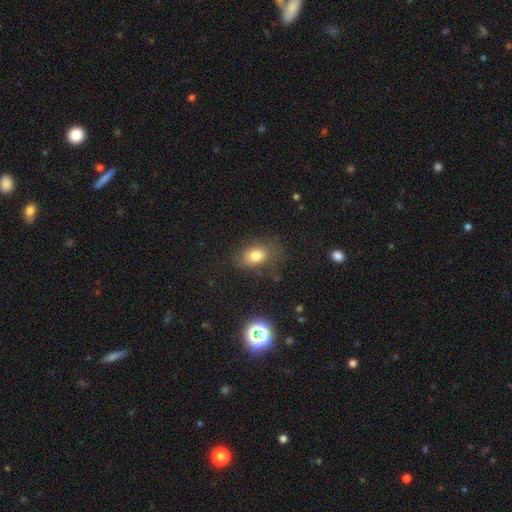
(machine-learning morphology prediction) smooth-or-featured: smooth: 77% | star or artifact: 13% | featured or disk: 11%
  how-rounded: in between: 79% | round: 19% | cigar-shaped: 2%
  merging: none: 68% | minor disturbance: 20% | major disturbance: 10% | merger: 2%